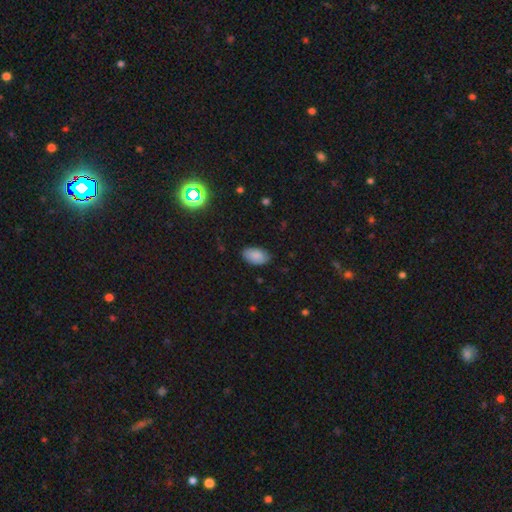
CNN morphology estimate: Smooth or featured? Predicted: smooth (p=0.86). How rounded? Predicted: in between (p=0.94). Merging? Predicted: none (p=0.85).